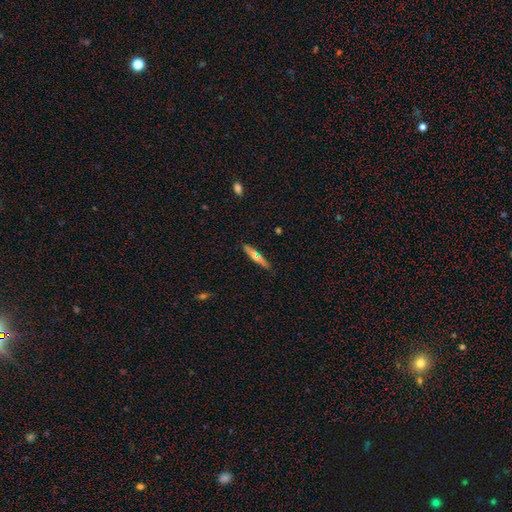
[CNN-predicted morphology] Q: Smooth or featured?
A: smooth (58%); runner-up: featured or disk (32%)
Q: How rounded?
A: cigar-shaped (86%); runner-up: in between (11%)
Q: Merging?
A: none (84%); runner-up: minor disturbance (11%)